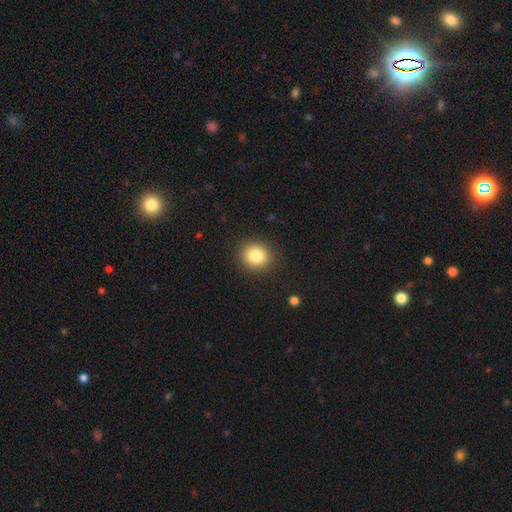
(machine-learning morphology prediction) A smooth galaxy with no disk features (83%) that is round (80%). Merging: none (90%).